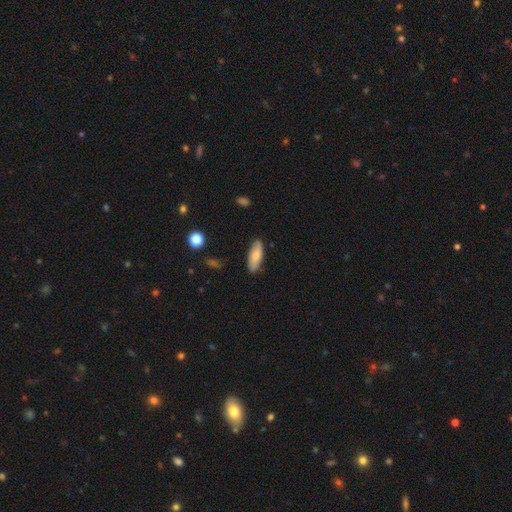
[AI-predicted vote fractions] Q: Smooth or featured?
A: smooth (78%); runner-up: featured or disk (16%)
Q: How rounded?
A: in between (72%); runner-up: cigar-shaped (26%)
Q: Merging?
A: none (86%); runner-up: minor disturbance (11%)